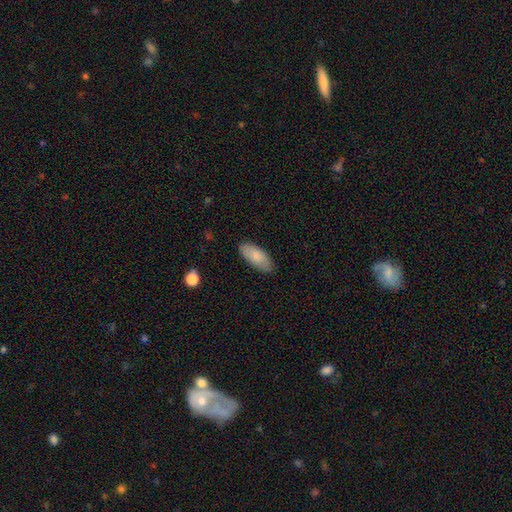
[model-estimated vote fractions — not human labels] smooth-or-featured: smooth: 84% | featured or disk: 10% | star or artifact: 6%
  how-rounded: in between: 85% | cigar-shaped: 13% | round: 2%
  merging: none: 84% | minor disturbance: 13% | major disturbance: 2% | merger: 1%